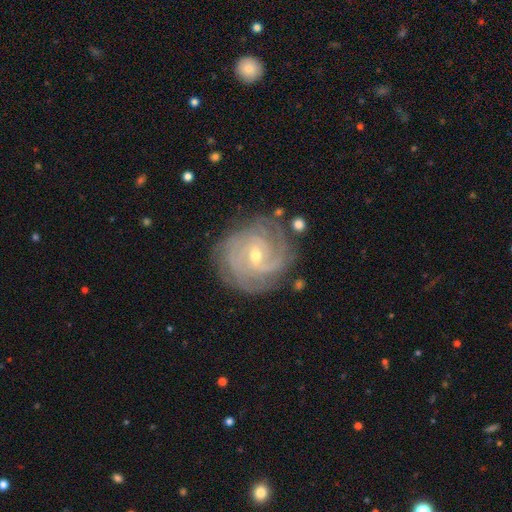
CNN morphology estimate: The model was most divided on "spiral arm count": 3: 26%, can't tell: 24%, 4: 22%, 2: 15%, more than 4: 7%, 1: 6%. Remaining: edge-on disk — no (98%); spiral arms — yes (97%); smooth or featured — featured or disk (89%); merging — none (77%); spiral winding — tight (73%); bulge size — small (59%); bar — weak (49%).